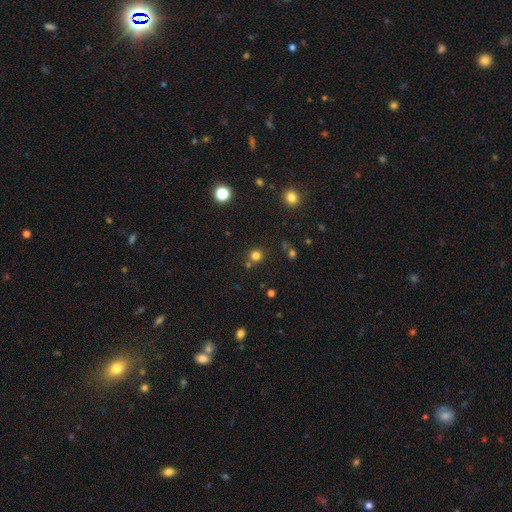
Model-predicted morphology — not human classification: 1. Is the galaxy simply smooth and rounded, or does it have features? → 76% smooth, 18% star or artifact, 6% featured or disk.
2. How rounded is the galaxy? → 92% round, 7% in between, 1% cigar-shaped.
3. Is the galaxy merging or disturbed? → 78% none, 12% merger, 8% minor disturbance, 3% major disturbance.